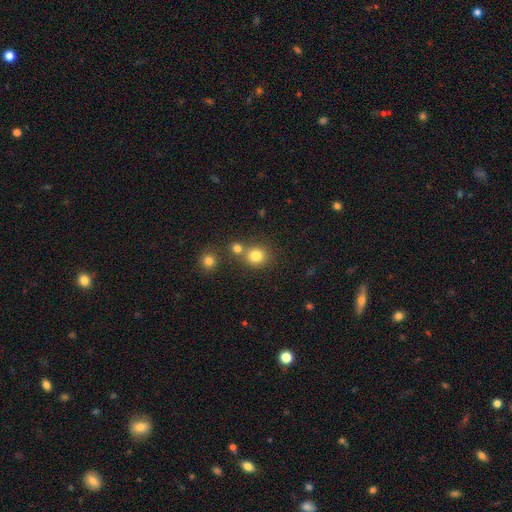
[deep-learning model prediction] smooth 80%, star or artifact 13%, featured or disk 7%. Down the decision tree: how rounded — round (86%); merging — none (65%).